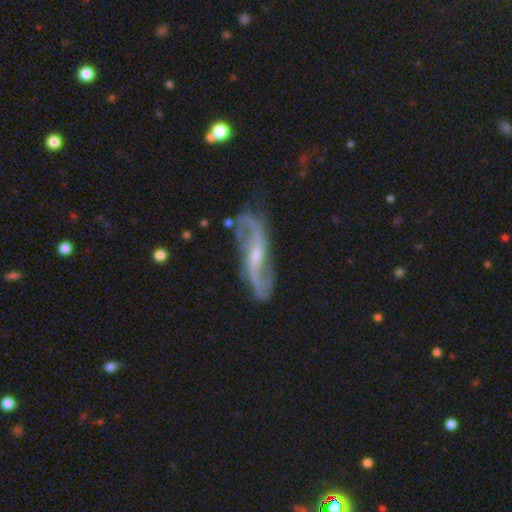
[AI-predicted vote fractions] Smooth or featured? featured or disk (86%)
Edge-on disk? no (86%)
Bar? weak (41%)
Spiral arms? yes (95%)
Spiral winding? loose (66%)
Spiral arm count? 2 (91%)
Bulge size? small (62%)
Merging? none (74%)